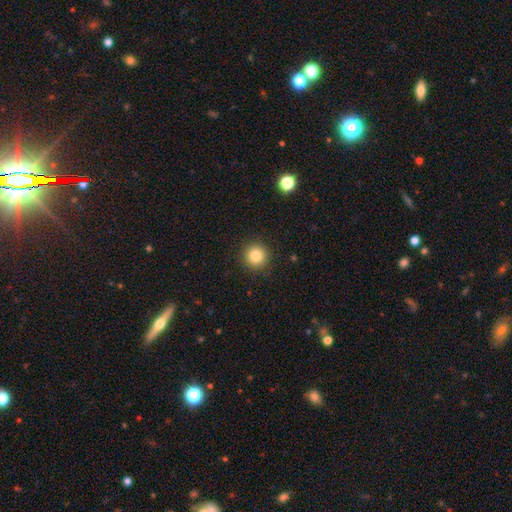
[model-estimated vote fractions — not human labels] smooth-or-featured: smooth: 84% | star or artifact: 10% | featured or disk: 6%
  how-rounded: round: 95% | in between: 5% | cigar-shaped: 1%
  merging: none: 91% | minor disturbance: 6% | major disturbance: 2% | merger: 1%